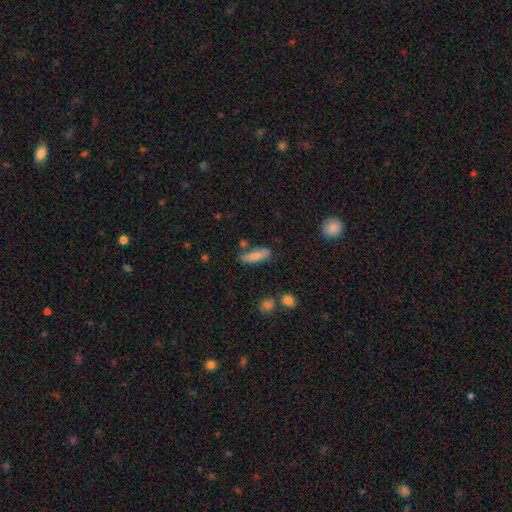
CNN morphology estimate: A smooth galaxy with no disk features (81%) that is cigar-shaped (49%, tied with in between).

Vote fractions:
- Smooth or featured? smooth: 81% / featured or disk: 12% / star or artifact: 7%
- How rounded? cigar-shaped: 49% (tied) / in between: 49% (tied) / round: 2%
- Merging? none: 70% / minor disturbance: 18% / merger: 8% / major disturbance: 4%